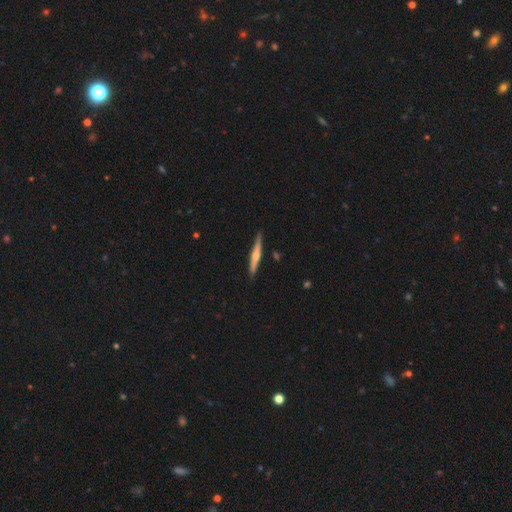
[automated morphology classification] Smooth or featured?
  - featured or disk: 63% *
  - smooth: 32%
  - star or artifact: 5%
Edge-on disk?
  - yes: 97% *
  - no: 3%
Edge-on bulge?
  - rounded: 81% *
  - none: 14%
  - boxy: 5%
Merging?
  - none: 90% *
  - minor disturbance: 8%
  - merger: 1%
  - major disturbance: 1%